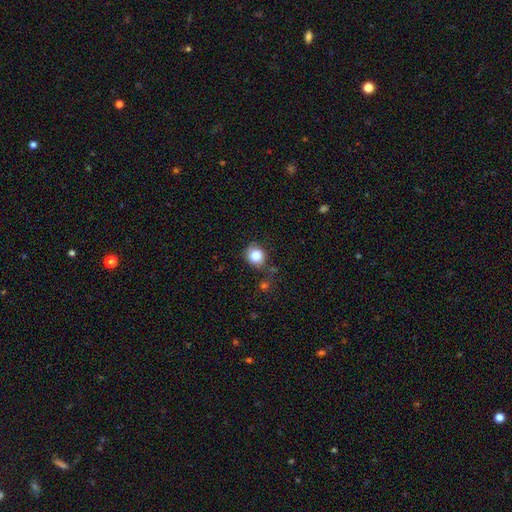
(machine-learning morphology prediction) A smooth galaxy with no disk features (82%) that is round (77%). Merging: none (69%).